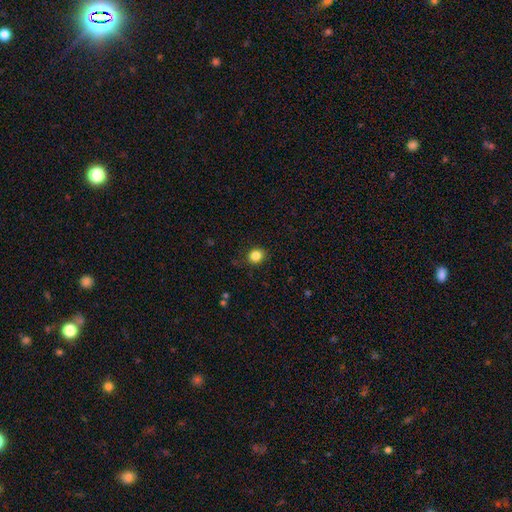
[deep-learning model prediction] Smooth or featured? Predicted: smooth (p=0.85). How rounded? Predicted: round (p=0.77). Merging? Predicted: none (p=0.86).